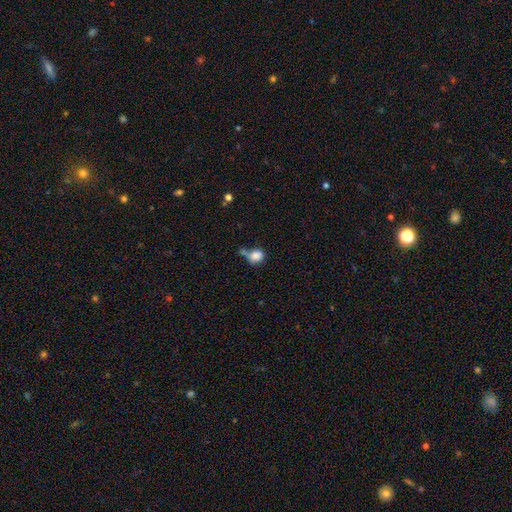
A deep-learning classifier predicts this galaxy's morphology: smooth-or-featured: smooth: 82% | star or artifact: 10% | featured or disk: 8%
  how-rounded: round: 64% | in between: 34% | cigar-shaped: 1%
  merging: merger: 34% | none: 33% | minor disturbance: 20% | major disturbance: 13%